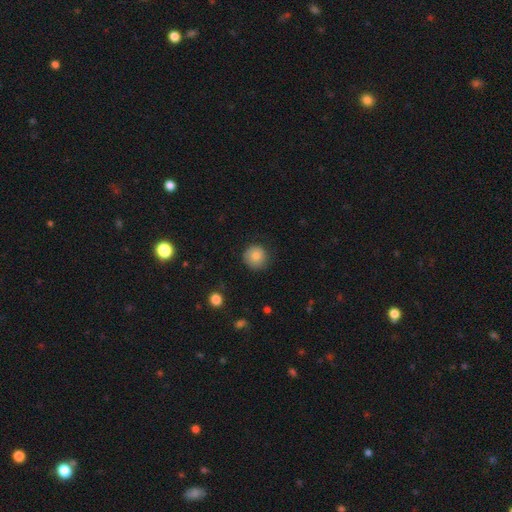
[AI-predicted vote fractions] This is clearly a smooth galaxy (82%). How rounded: clearly round (94%). Merging: clearly none (84%).